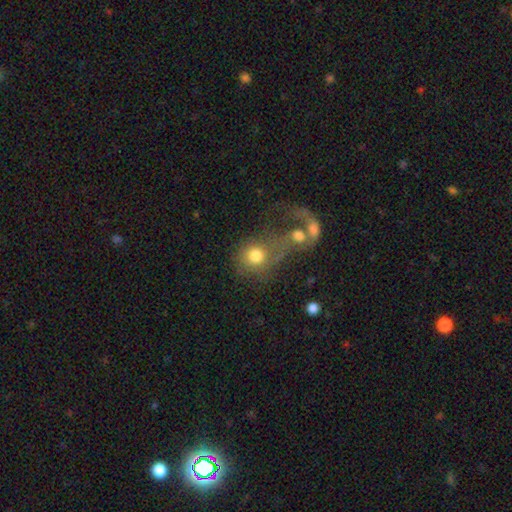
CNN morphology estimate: This is likely a smooth galaxy (61%). How rounded: likely round (73%). Merging: possibly merger (54%).